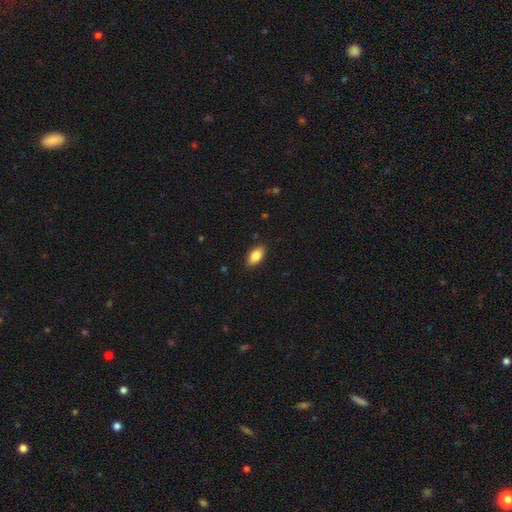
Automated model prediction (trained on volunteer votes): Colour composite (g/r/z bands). It shows a smooth galaxy with no disk features (86%) that is in between round and cigar-shaped (92%). Merging: none (88%).